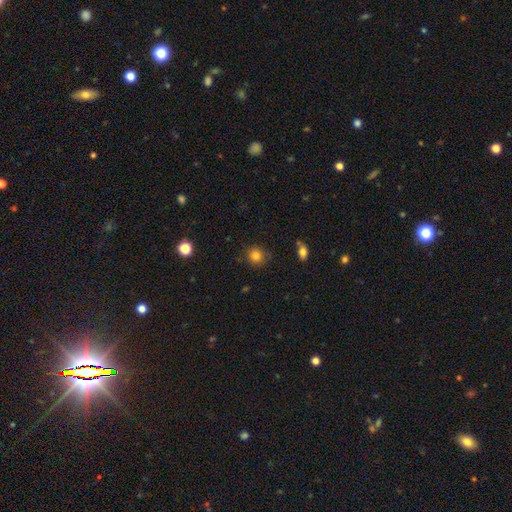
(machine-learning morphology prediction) type=smooth (82%); roundness=round (88%); merging=none (83%).